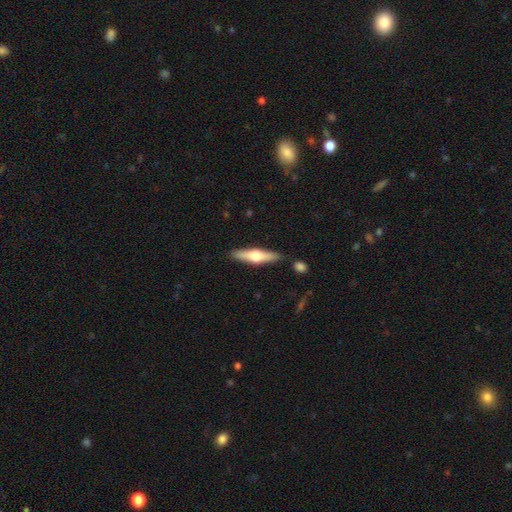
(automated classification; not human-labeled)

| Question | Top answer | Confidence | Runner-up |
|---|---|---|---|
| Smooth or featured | featured or disk | 55% | smooth (39%) |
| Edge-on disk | yes | 95% | no (5%) |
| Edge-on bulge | rounded | 92% | boxy (6%) |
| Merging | none | 85% | minor disturbance (10%) |